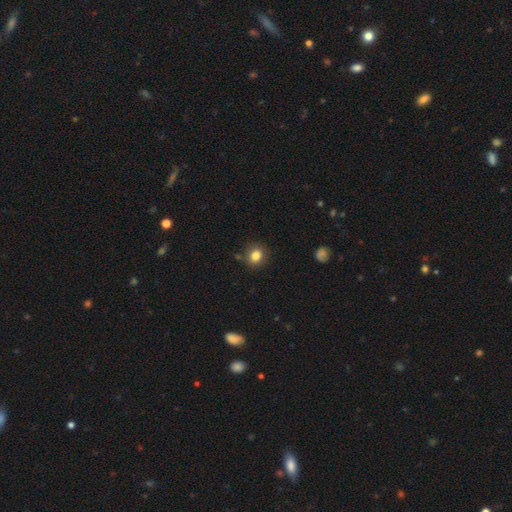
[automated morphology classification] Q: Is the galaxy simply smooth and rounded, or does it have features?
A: smooth — 83%.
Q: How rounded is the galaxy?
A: round — 64%.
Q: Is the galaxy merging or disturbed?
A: none — 84%.